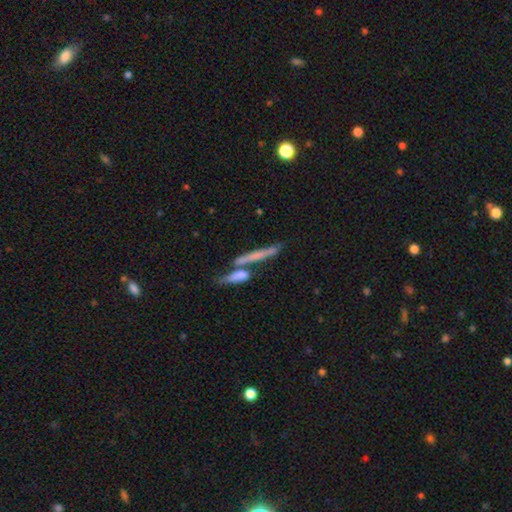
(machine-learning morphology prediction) smooth_or_featured: smooth (p=0.47) [alt: featured or disk p=0.43]
merging: none (p=0.57) [alt: merger p=0.28]